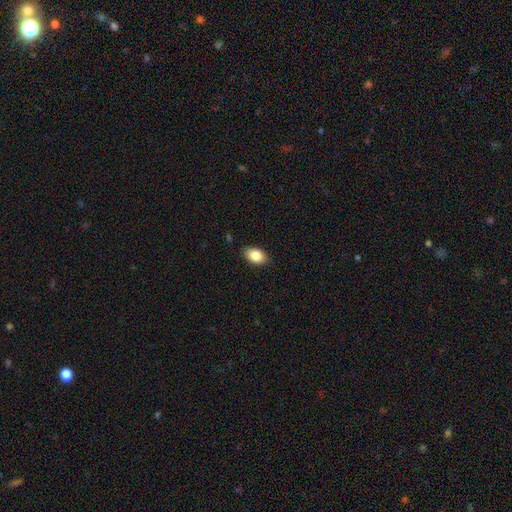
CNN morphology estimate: Q: Smooth or featured?
A: smooth (85%); runner-up: star or artifact (8%)
Q: How rounded?
A: in between (88%); runner-up: round (10%)
Q: Merging?
A: none (87%); runner-up: minor disturbance (10%)